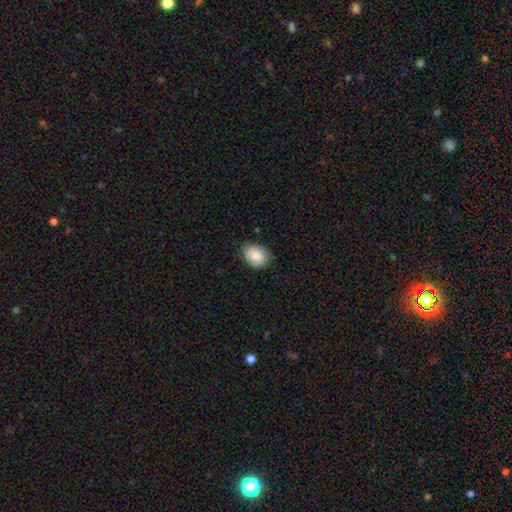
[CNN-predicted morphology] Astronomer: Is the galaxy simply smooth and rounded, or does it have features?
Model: smooth — 78%.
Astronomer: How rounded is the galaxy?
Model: in between — 59% (runner-up: round, 40%).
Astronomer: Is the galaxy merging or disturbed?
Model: none — 77%.